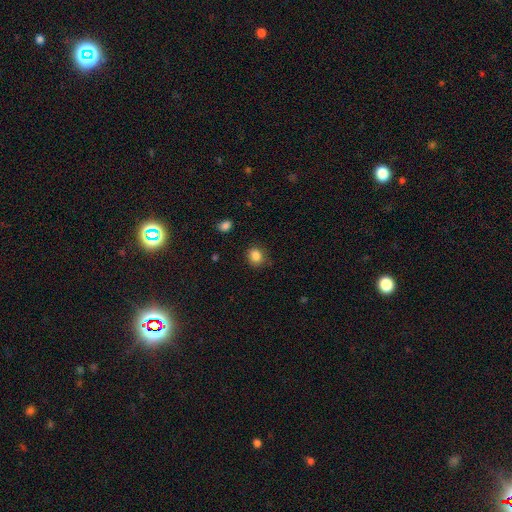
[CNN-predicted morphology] Smooth or featured: smooth — 85% (star or artifact — 10%)
How rounded: round — 70% (in between — 29%)
Merging: none — 82% (minor disturbance — 13%)